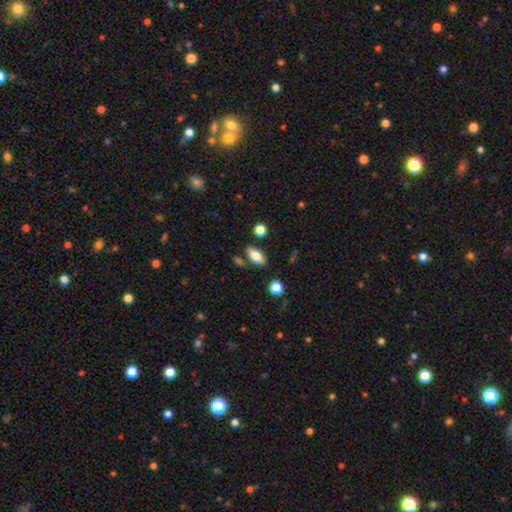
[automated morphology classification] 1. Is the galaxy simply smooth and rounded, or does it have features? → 79% smooth, 14% featured or disk, 8% star or artifact.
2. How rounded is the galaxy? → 88% in between, 8% cigar-shaped, 5% round.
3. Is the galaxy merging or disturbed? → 81% none, 12% minor disturbance, 5% merger, 3% major disturbance.